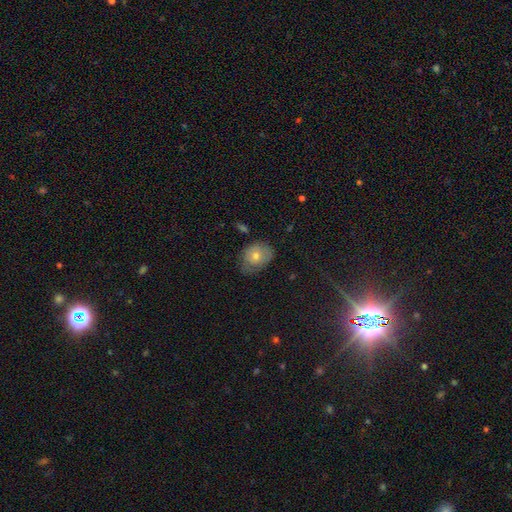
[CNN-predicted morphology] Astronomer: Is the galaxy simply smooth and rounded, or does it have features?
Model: smooth — 54% (runner-up: featured or disk, 34%).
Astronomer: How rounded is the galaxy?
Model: in between — 53% (runner-up: round, 46%).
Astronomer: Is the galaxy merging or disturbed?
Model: none — 55% (runner-up: minor disturbance, 33%).